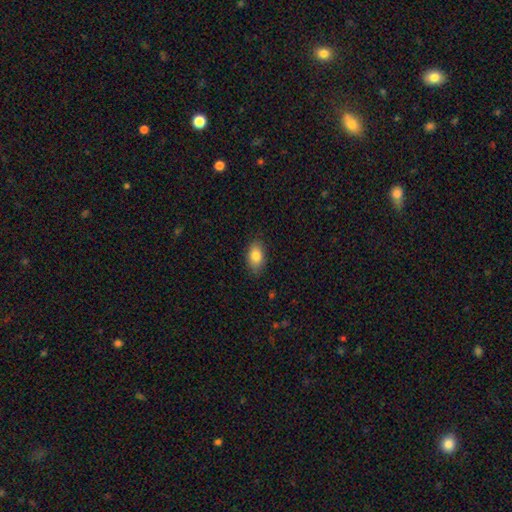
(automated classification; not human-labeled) A smooth galaxy with no disk features (84%) that is in between round and cigar-shaped (90%). Merging: none (84%).